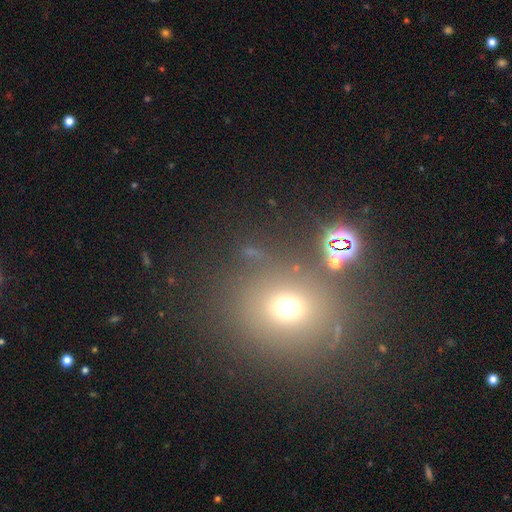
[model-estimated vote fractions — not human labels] Smooth or featured: smooth — 54% (star or artifact — 35%)
How rounded: round — 74% (in between — 24%)
Merging: none — 76% (minor disturbance — 10%)